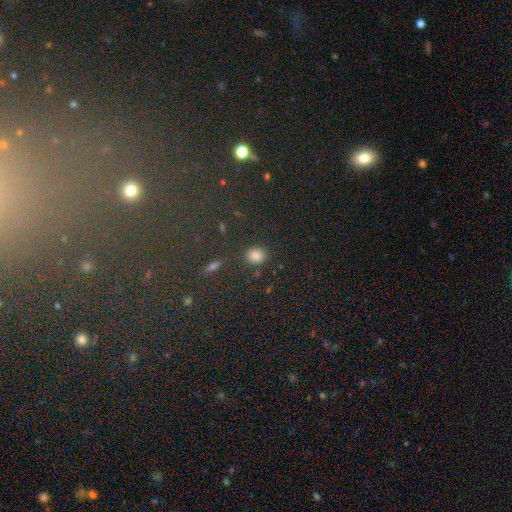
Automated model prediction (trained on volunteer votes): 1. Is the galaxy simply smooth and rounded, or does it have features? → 80% smooth, 14% star or artifact, 6% featured or disk.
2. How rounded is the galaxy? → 67% round, 32% in between, 2% cigar-shaped.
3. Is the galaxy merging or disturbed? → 85% none, 9% minor disturbance, 3% major disturbance, 3% merger.